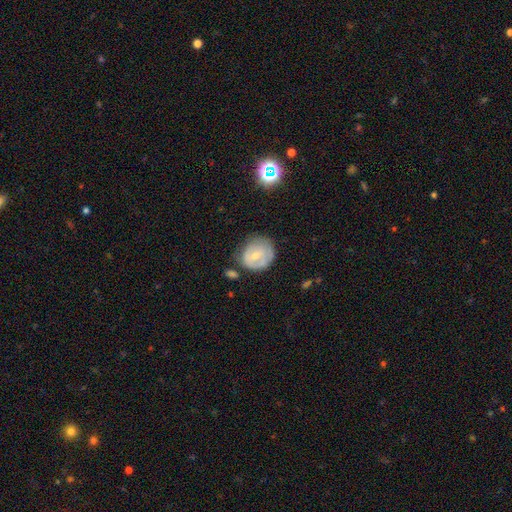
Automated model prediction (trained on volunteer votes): This is possibly a smooth galaxy (51%). How rounded: likely round (78%). Merging: possibly none (55%).